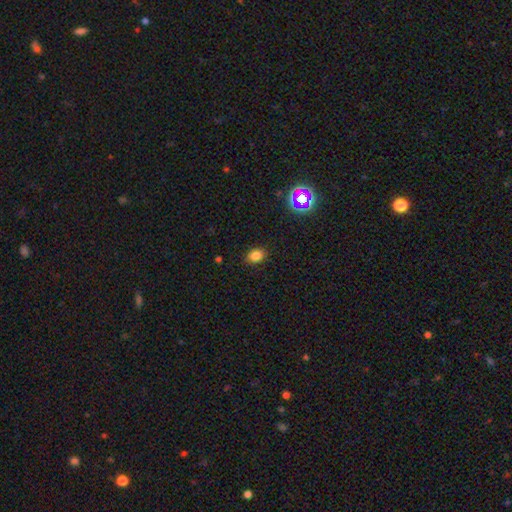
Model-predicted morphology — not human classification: type=smooth (80%); roundness=in between (64%); merging=none (88%).